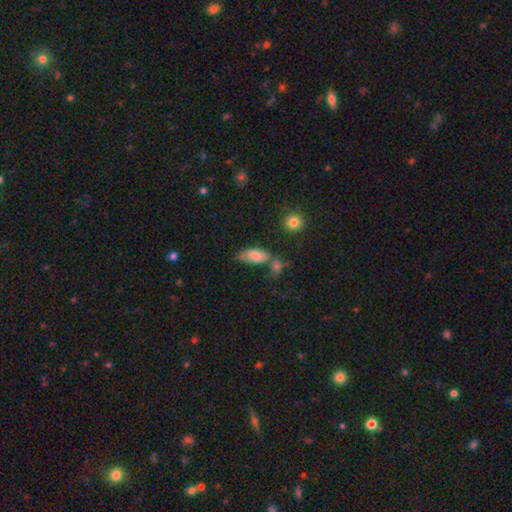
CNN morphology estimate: A smooth galaxy with no disk features (75%) that is in between round and cigar-shaped (87%).

Vote fractions:
- Smooth or featured? smooth: 75% / featured or disk: 17% / star or artifact: 8%
- How rounded? in between: 87% / cigar-shaped: 9% / round: 3%
- Merging? none: 48% / minor disturbance: 24% / merger: 19% / major disturbance: 9%